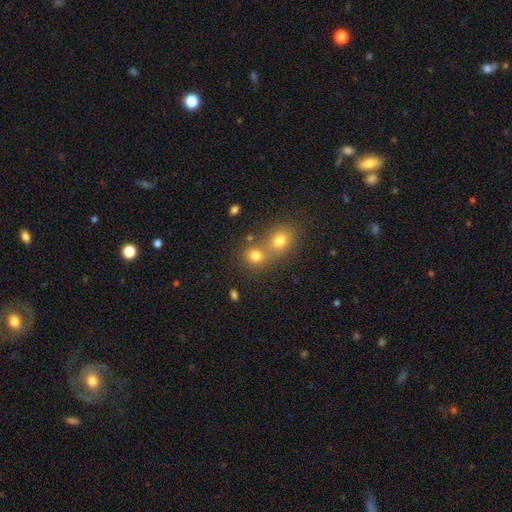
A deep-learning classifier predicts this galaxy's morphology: smooth_or_featured: smooth (p=0.76) [alt: star or artifact p=0.15]
how_rounded: round (p=0.80) [alt: in between p=0.19]
merging: merger (p=0.46) [alt: none p=0.45]